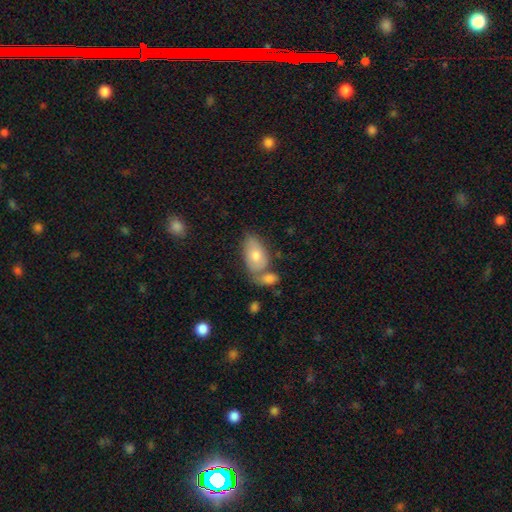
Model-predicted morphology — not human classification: Overall: smooth (71%). How rounded: in between (92%). Merging: none (45%; merger 32%).